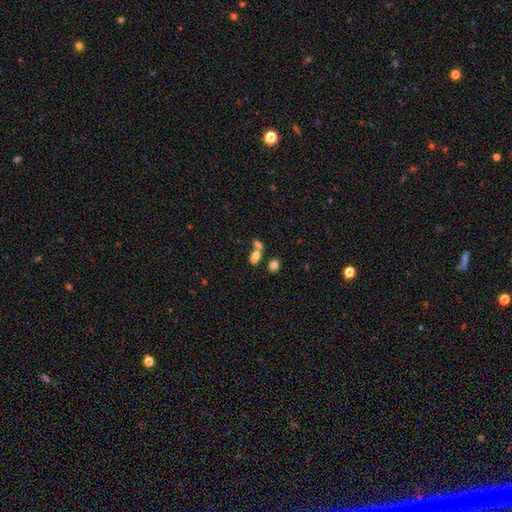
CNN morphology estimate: This appears to be a smooth galaxy with no disk features (77%) that is in between round and cigar-shaped (82%). Merging: merger (47%).